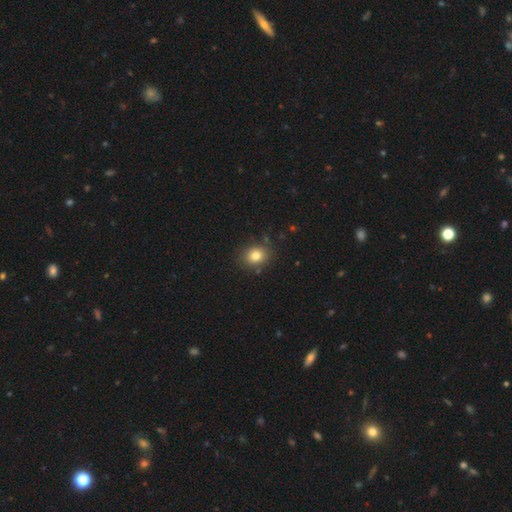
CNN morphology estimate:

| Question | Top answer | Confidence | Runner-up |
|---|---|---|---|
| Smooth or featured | smooth | 80% | star or artifact (12%) |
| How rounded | round | 62% | in between (37%) |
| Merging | none | 83% | minor disturbance (11%) |